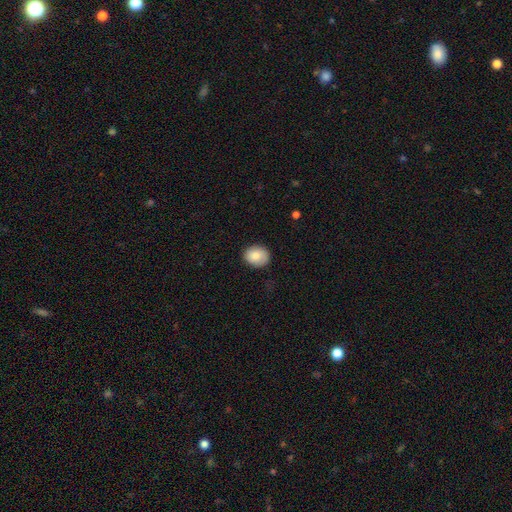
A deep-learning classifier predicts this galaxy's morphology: Smooth or featured?
  - smooth: 82% *
  - featured or disk: 11%
  - star or artifact: 7%
How rounded?
  - round: 54% *
  - in between: 45%
  - cigar-shaped: 1%
Merging?
  - none: 82% *
  - minor disturbance: 14%
  - major disturbance: 3%
  - merger: 1%